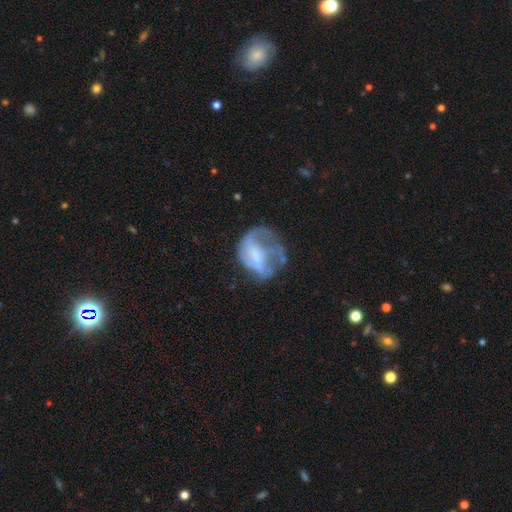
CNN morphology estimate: Overall: featured or disk (55%; smooth 35%). Edge-on disk: no (97%). Bar: no (61%; weak 27%). Spiral arms: no (62%; yes 38%). Bulge size: none (50%; moderate 21%). Merging: major disturbance (39%; none 34%).